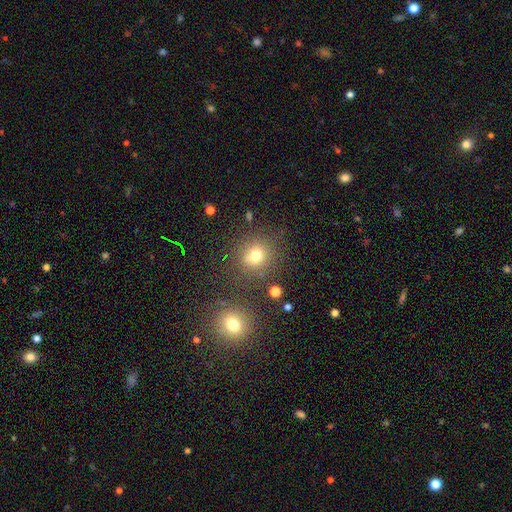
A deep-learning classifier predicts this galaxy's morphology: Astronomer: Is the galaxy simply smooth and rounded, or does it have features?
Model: smooth — 72%.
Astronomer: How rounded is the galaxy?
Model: round — 83%.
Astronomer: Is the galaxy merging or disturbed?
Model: none — 76%.